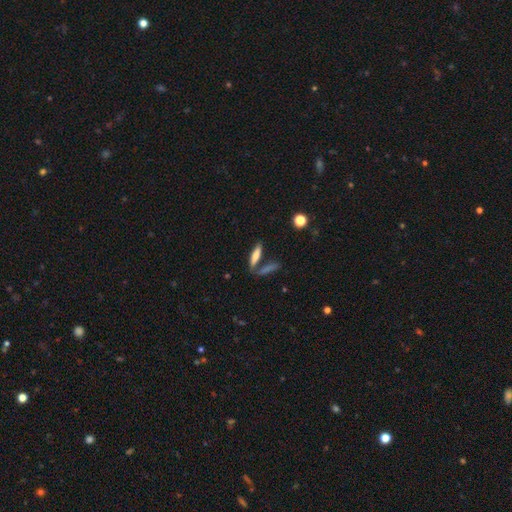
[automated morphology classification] Q: Smooth or featured?
A: smooth (66%); runner-up: featured or disk (26%)
Q: How rounded?
A: cigar-shaped (77%); runner-up: in between (20%)
Q: Merging?
A: none (62%); runner-up: merger (21%)